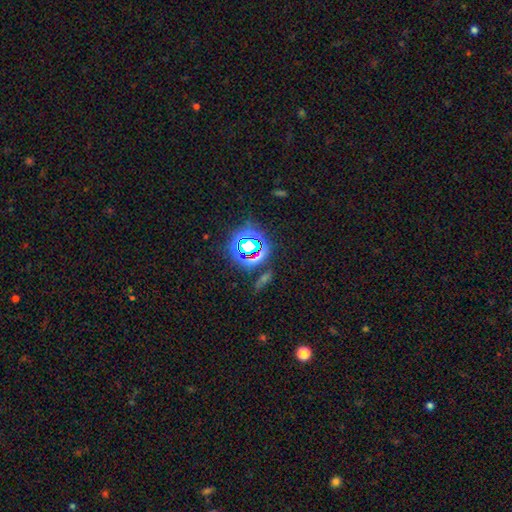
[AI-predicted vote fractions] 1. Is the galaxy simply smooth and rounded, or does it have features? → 67% star or artifact, 23% smooth, 11% featured or disk.